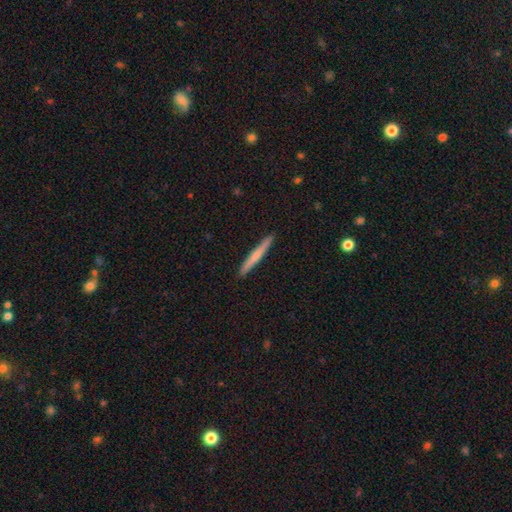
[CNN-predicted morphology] This appears to be a smooth galaxy with no disk features (58%) that is cigar-shaped (96%). Merging: none (92%).